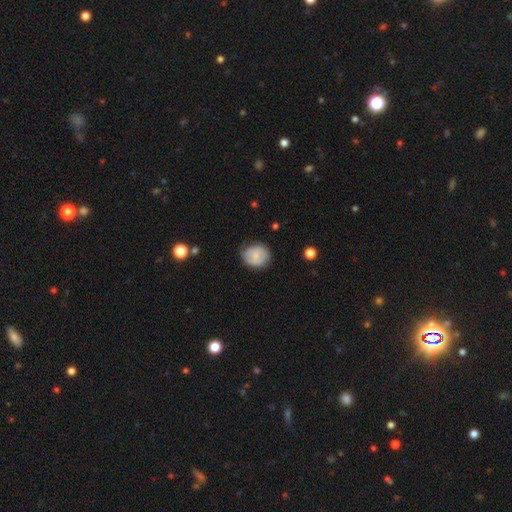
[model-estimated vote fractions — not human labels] The model was most divided on "how rounded": round: 65%, in between: 34%, cigar-shaped: 1%. More confident: merging — none (70%); smooth or featured — smooth (66%).